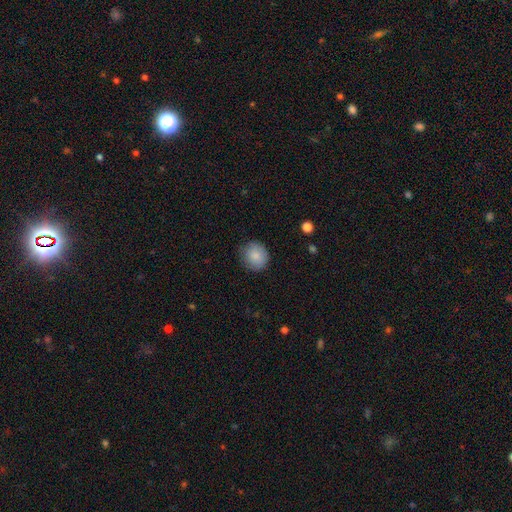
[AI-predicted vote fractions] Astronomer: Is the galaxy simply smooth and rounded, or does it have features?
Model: smooth — 85%.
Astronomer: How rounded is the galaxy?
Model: round — 88%.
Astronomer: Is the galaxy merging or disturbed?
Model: none — 81%.